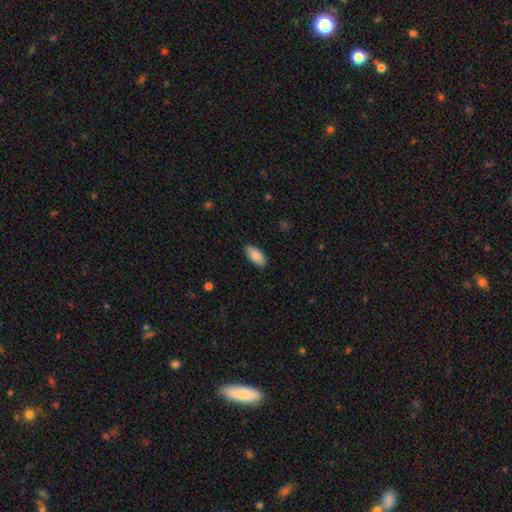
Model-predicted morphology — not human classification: type=smooth (86%); roundness=in between (92%); merging=none (87%).